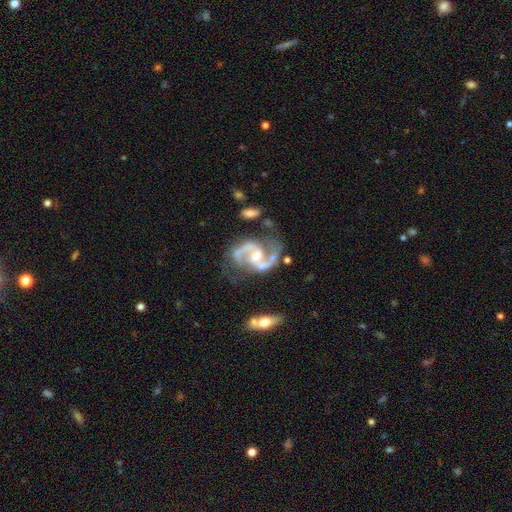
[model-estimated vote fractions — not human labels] Smooth or featured? featured or disk (92%)
Edge-on disk? no (98%)
Bar? weak (45%)
Spiral arms? yes (98%)
Spiral winding? medium (62%)
Spiral arm count? 2 (93%)
Bulge size? moderate (44%)
Merging? none (60%)